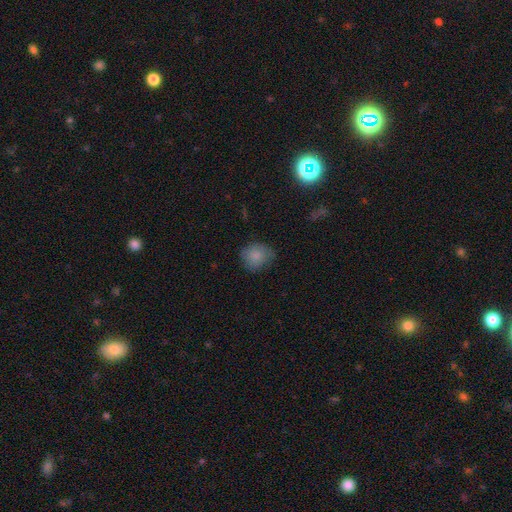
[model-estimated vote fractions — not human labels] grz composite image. It shows a smooth galaxy with no disk features (84%) that is round (83%). Merging: none (72%).